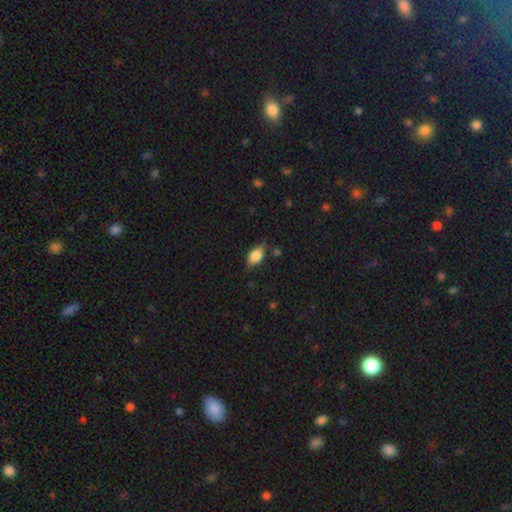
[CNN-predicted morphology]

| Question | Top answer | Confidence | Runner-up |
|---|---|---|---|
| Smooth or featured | smooth | 76% | featured or disk (16%) |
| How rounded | in between | 86% | round (8%) |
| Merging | none | 71% | minor disturbance (22%) |